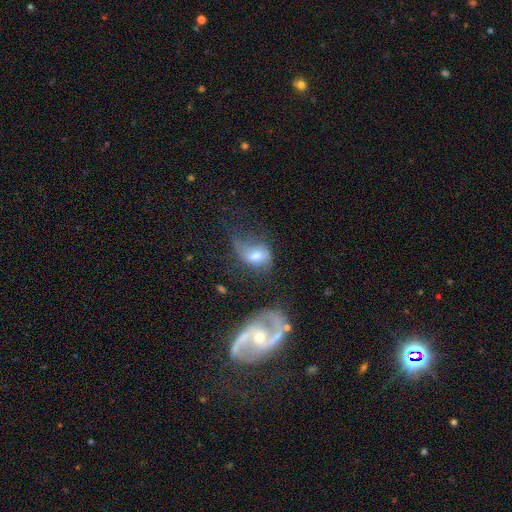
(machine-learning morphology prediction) Smooth or featured: featured or disk — 51% (smooth — 38%)
Edge-on disk: no — 94% (yes — 6%)
Merging: major disturbance — 35% (none — 30%)